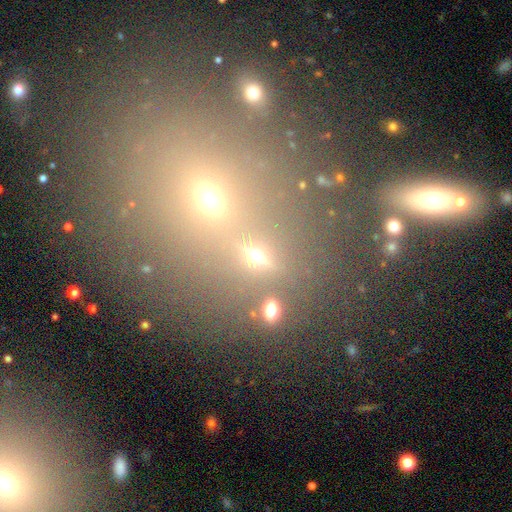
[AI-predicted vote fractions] This appears to be a smooth galaxy with no disk features (40%). Merging: none (70%).